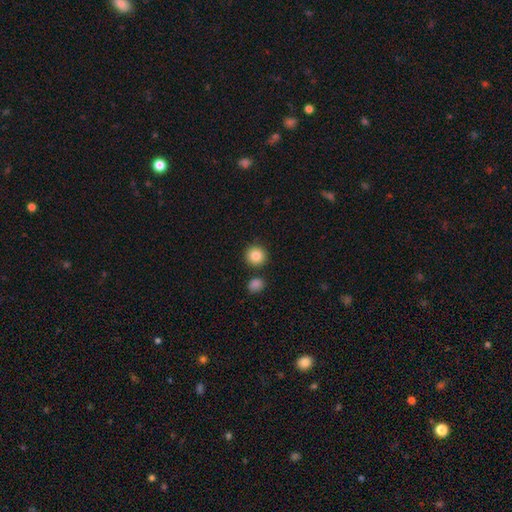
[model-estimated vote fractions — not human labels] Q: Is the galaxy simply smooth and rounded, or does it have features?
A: smooth — 86%.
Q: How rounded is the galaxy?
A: round — 92%.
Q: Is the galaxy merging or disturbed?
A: none — 86%.